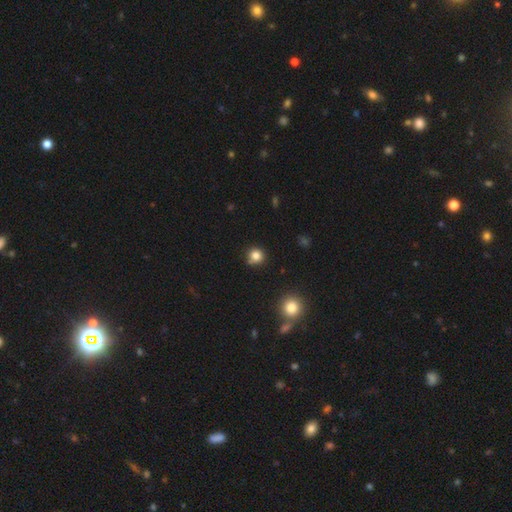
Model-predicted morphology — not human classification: A smooth galaxy with no disk features (82%) that is round (93%). Merging: none (81%).